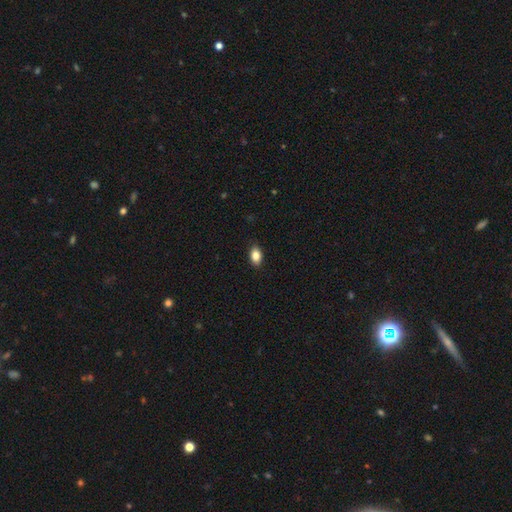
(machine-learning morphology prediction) smooth 85%, star or artifact 8%, featured or disk 7%. Down the decision tree: how rounded — in between (88%); merging — none (89%).